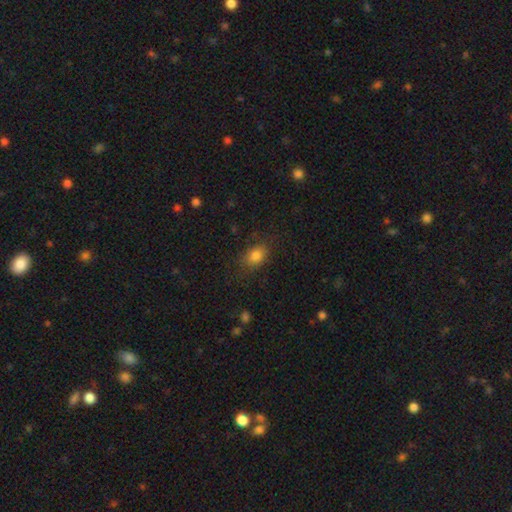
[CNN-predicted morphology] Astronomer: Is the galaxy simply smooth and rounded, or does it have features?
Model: smooth — 82%.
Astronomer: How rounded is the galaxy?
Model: in between — 74%.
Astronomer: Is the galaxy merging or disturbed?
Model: none — 76%.